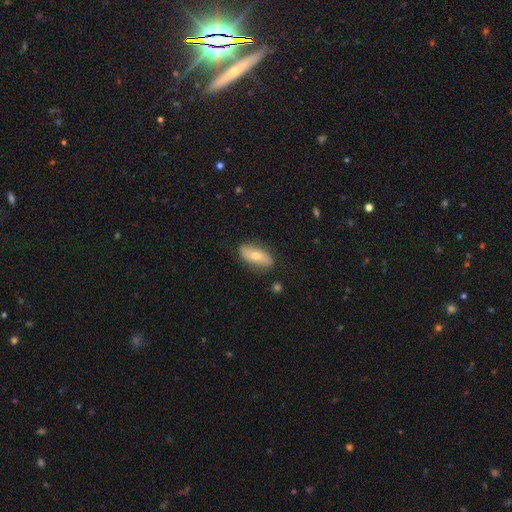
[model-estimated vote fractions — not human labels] Morphology: type=smooth (64%); roundness=in between (85%); merging=none (81%).